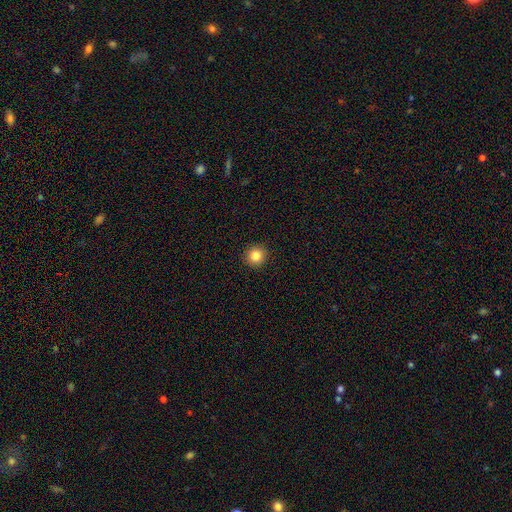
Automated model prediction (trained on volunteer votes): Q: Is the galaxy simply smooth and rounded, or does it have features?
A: smooth — 84%.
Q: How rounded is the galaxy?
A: round — 94%.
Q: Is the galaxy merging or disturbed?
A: none — 93%.